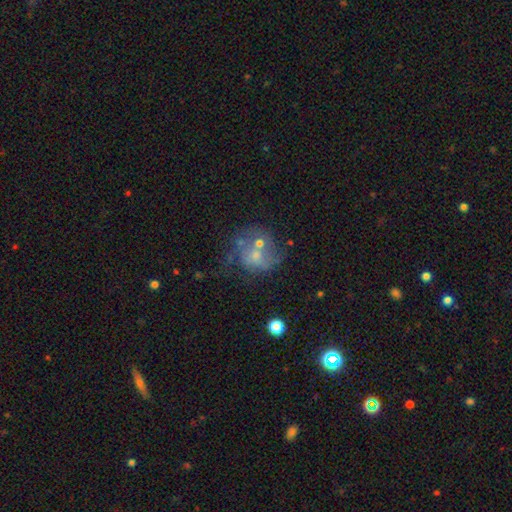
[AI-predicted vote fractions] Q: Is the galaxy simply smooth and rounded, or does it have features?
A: featured or disk — 54%.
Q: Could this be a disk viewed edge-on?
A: no — 98%.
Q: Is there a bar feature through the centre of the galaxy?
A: no — 78%.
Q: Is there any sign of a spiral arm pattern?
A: yes — 58%.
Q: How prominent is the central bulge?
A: small — 51%.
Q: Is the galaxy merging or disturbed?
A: none — 39%.